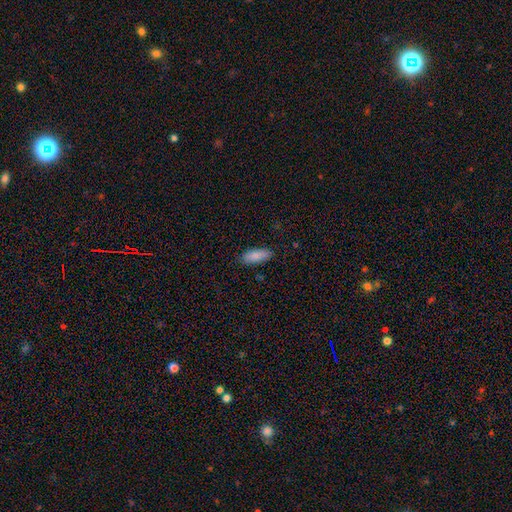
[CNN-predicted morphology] Smooth or featured: smooth — 86% (featured or disk — 8%)
How rounded: in between — 75% (cigar-shaped — 24%)
Merging: none — 86% (minor disturbance — 11%)